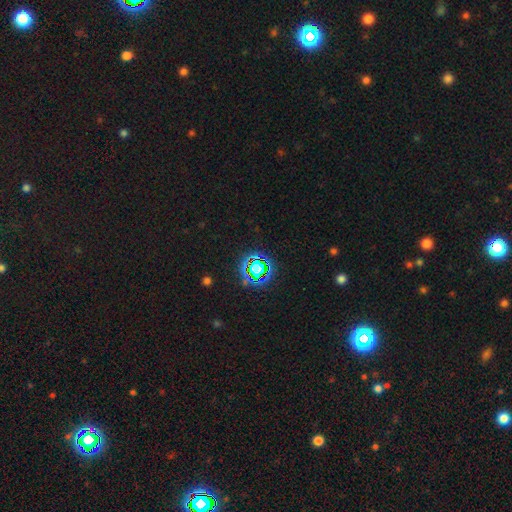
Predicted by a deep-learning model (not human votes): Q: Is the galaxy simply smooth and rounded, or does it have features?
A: star or artifact — 73%.